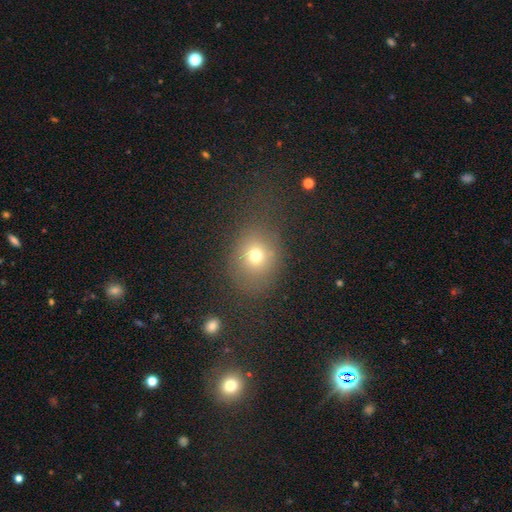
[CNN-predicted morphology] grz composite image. It shows a smooth galaxy with no disk features (73%) that is round (61%). Merging: none (68%).